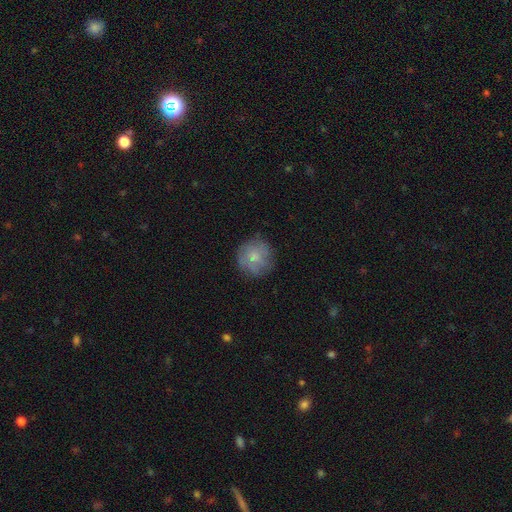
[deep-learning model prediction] smooth 64%, featured or disk 27%, star or artifact 9%. Down the decision tree: how rounded — round (91%); merging — none (75%).